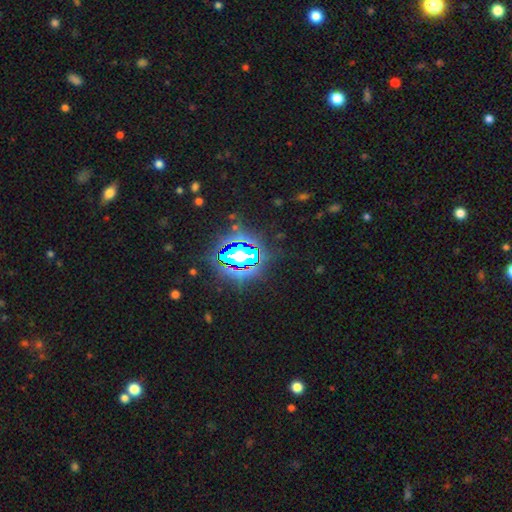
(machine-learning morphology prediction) This appears to be a star or artifact, not a galaxy (84%).